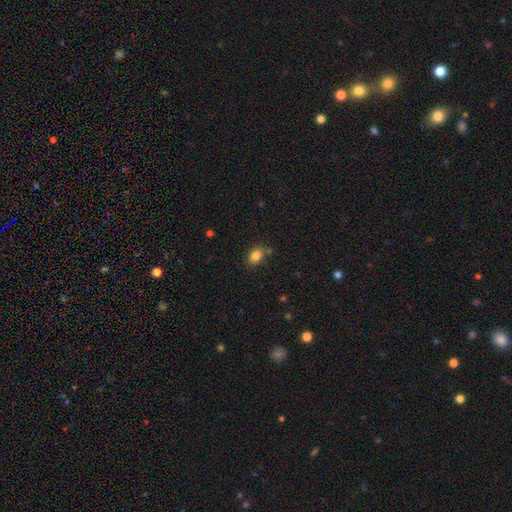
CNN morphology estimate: smooth 84%, star or artifact 10%, featured or disk 6%. Down the decision tree: how rounded — in between (75%); merging — none (77%).